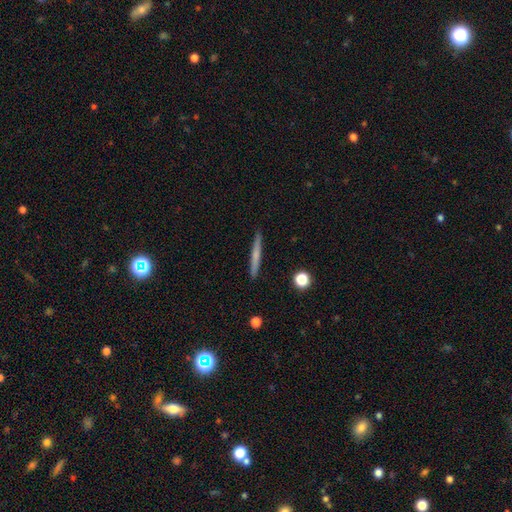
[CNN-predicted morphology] smooth_or_featured: smooth (p=0.54) [alt: featured or disk p=0.39]
how_rounded: cigar-shaped (p=0.95) [alt: in between p=0.03]
merging: none (p=0.91) [alt: minor disturbance p=0.06]